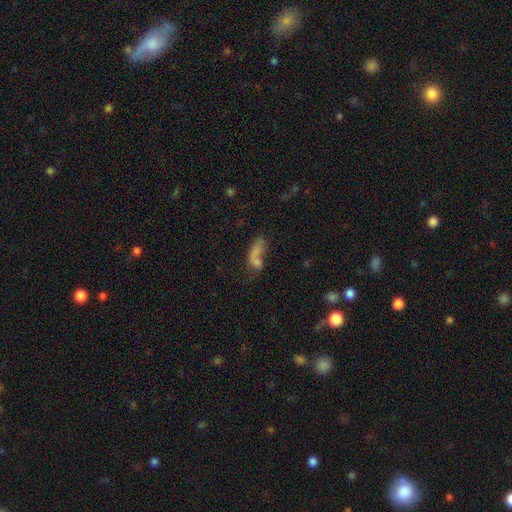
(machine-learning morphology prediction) Smooth or featured?
  - smooth: 61% *
  - featured or disk: 24%
  - star or artifact: 16%
How rounded?
  - in between: 70% *
  - cigar-shaped: 23%
  - round: 7%
Merging?
  - merger: 41% *
  - none: 24%
  - major disturbance: 22%
  - minor disturbance: 13%